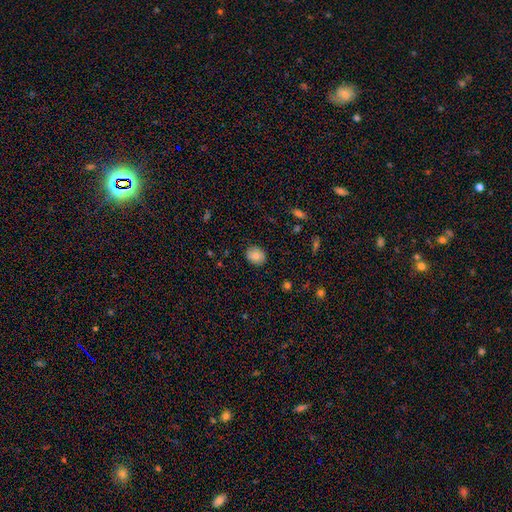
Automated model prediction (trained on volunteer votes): Morphology: type=smooth (77%); roundness=round (58%); merging=none (87%).